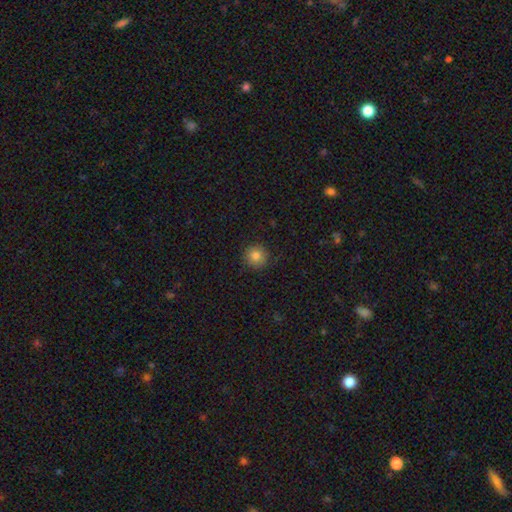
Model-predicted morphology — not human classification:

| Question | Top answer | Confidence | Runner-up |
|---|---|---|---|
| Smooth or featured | smooth | 83% | star or artifact (11%) |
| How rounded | round | 94% | in between (5%) |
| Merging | none | 89% | minor disturbance (8%) |